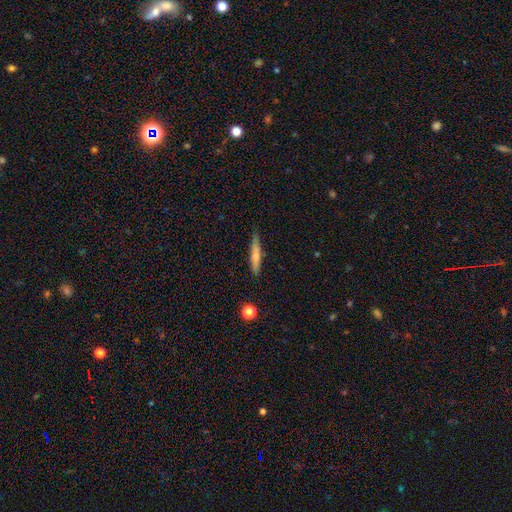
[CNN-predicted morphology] The model was most divided on "smooth or featured": smooth: 72%, featured or disk: 21%, star or artifact: 7%. More confident: how rounded — cigar-shaped (90%); merging — none (81%).